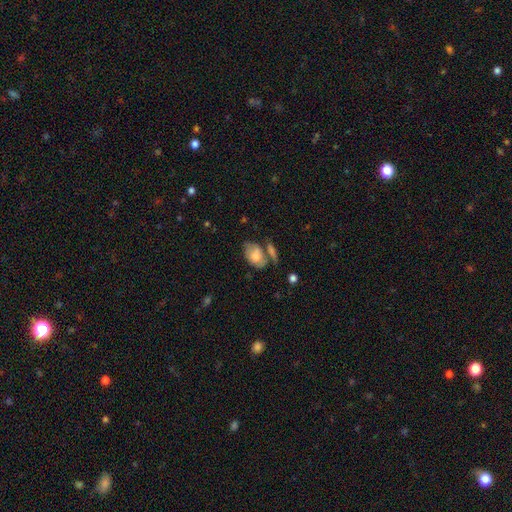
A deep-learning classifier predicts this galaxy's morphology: smooth-or-featured: smooth: 69% | featured or disk: 24% | star or artifact: 7%
  how-rounded: in between: 87% | round: 11% | cigar-shaped: 2%
  merging: none: 40% | merger: 25% | minor disturbance: 24% | major disturbance: 12%